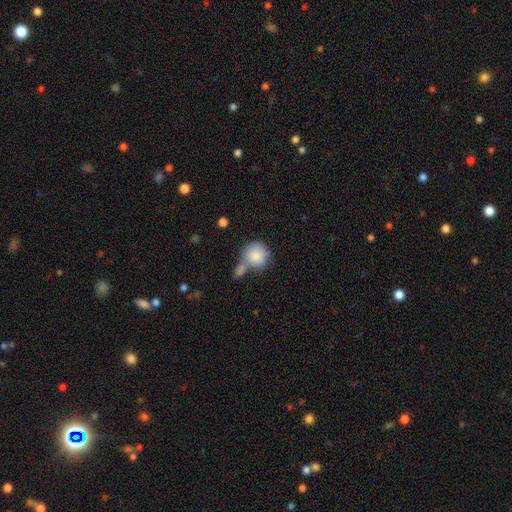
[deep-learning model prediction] Overall: smooth (83%). How rounded: round (87%). Merging: none (41%; merger 37%).